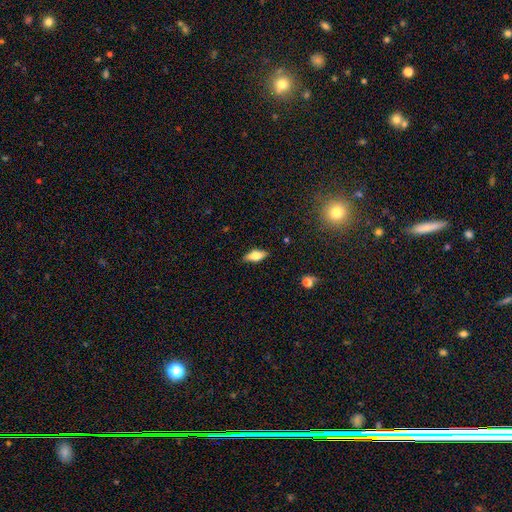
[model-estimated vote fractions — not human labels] Q: Smooth or featured?
A: smooth (67%); runner-up: featured or disk (26%)
Q: How rounded?
A: in between (76%); runner-up: cigar-shaped (21%)
Q: Merging?
A: none (86%); runner-up: minor disturbance (10%)